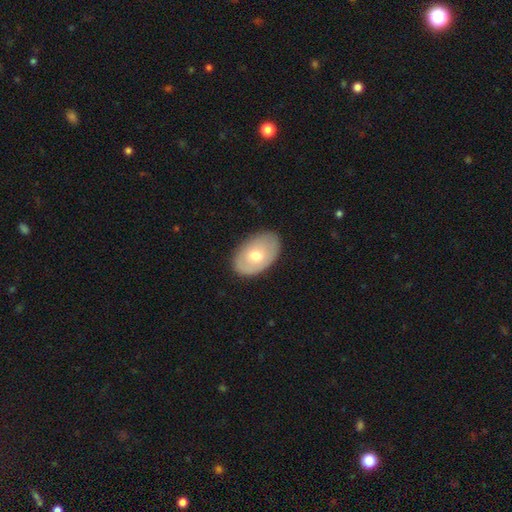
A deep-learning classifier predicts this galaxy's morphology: type=smooth (62%); roundness=in between (90%); merging=none (83%).